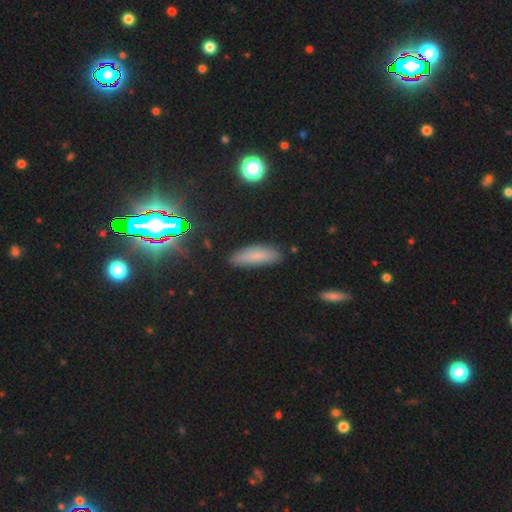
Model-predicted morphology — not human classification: type=smooth (72%); roundness=in between (50%); merging=none (81%).